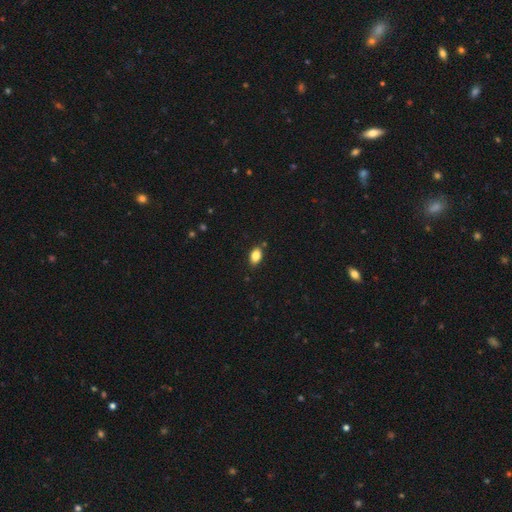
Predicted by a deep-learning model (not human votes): smooth-or-featured: smooth: 83% | star or artifact: 9% | featured or disk: 8%
  how-rounded: in between: 89% | round: 9% | cigar-shaped: 2%
  merging: none: 83% | minor disturbance: 12% | merger: 3% | major disturbance: 2%